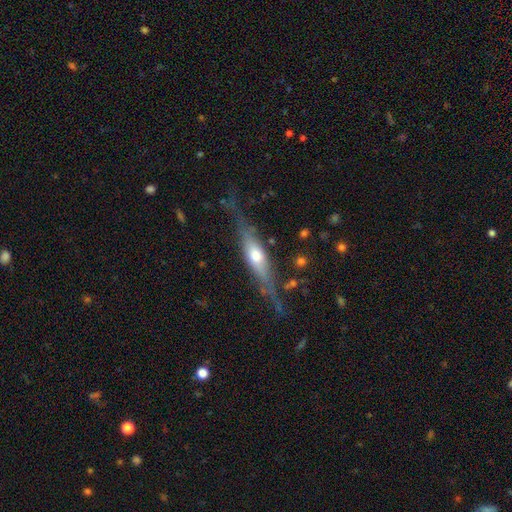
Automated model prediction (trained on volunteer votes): Morphology: type=featured or disk (64%); edge-on=yes (87%); edge-on bulge=rounded (81%); merging=none (67%).